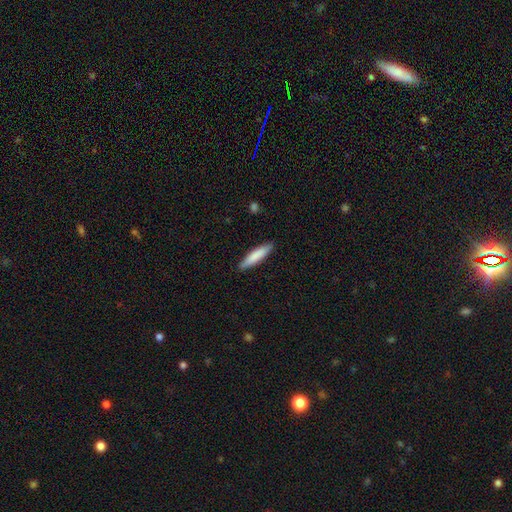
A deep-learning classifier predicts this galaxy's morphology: This appears to be a smooth galaxy with no disk features (82%) that is cigar-shaped (82%). Merging: none (88%).